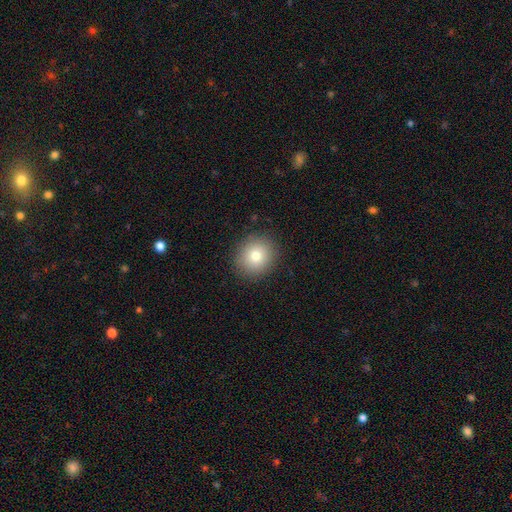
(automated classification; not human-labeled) A smooth galaxy with no disk features (79%) that is round (81%).

Vote fractions:
- Smooth or featured? smooth: 79% / star or artifact: 11% / featured or disk: 10%
- How rounded? round: 81% / in between: 18% / cigar-shaped: 1%
- Merging? none: 89% / minor disturbance: 7% / major disturbance: 3% / merger: 1%